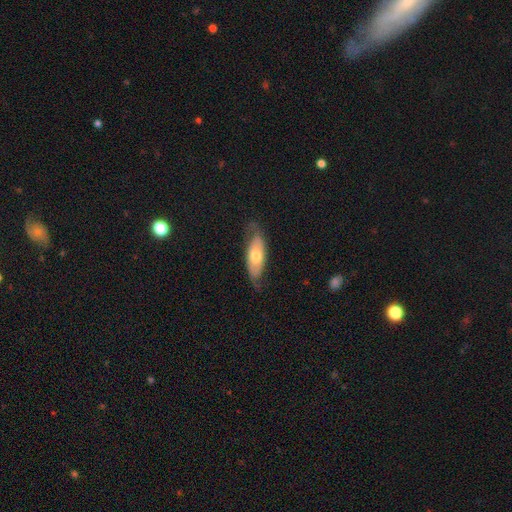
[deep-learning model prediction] A smooth galaxy with no disk features (51%) that is in between round and cigar-shaped (74%). Merging: none (67%).